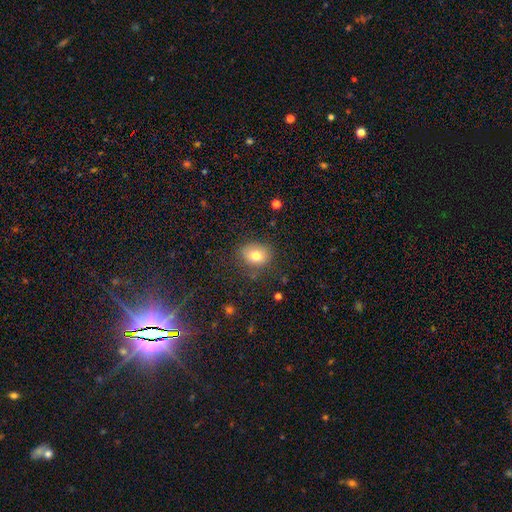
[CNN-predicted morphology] Overall: smooth (79%). How rounded: in between (58%; round 41%). Merging: none (77%).